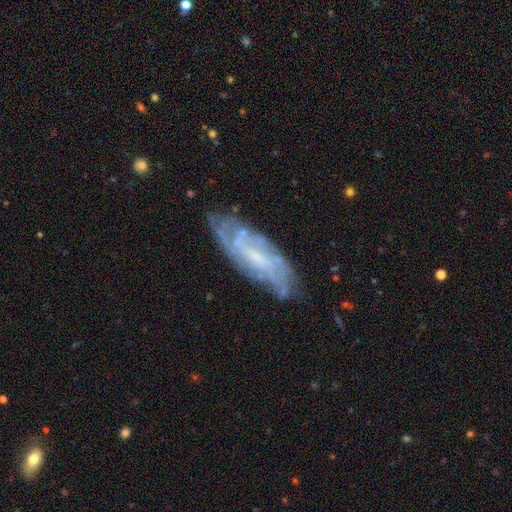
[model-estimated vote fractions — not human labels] Smooth or featured? Predicted: featured or disk (p=0.75). Edge-on disk? Predicted: no (p=0.82). Bar? Predicted: weak (p=0.44). Spiral arms? Predicted: yes (p=0.86). Spiral winding? Predicted: tight (p=0.58). Spiral arm count? Predicted: can't tell (p=0.57). Bulge size? Predicted: small (p=0.52). Merging? Predicted: none (p=0.74).